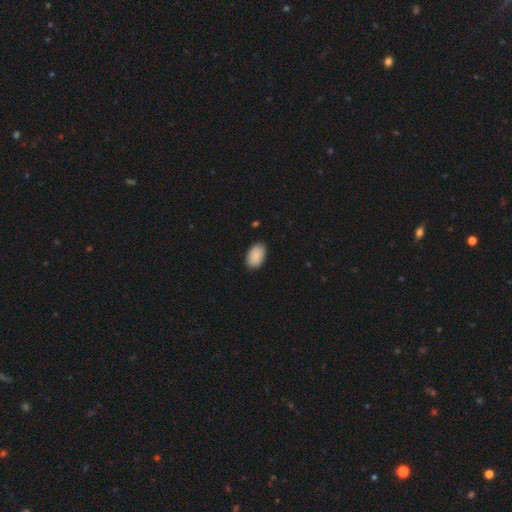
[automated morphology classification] This is clearly a smooth galaxy (90%). How rounded: clearly in between (94%). Merging: clearly none (88%).